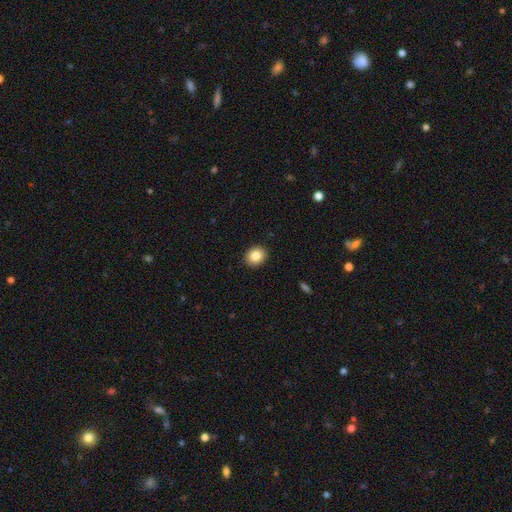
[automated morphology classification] Smooth or featured? smooth (85%)
How rounded? round (54%)
Merging? none (90%)